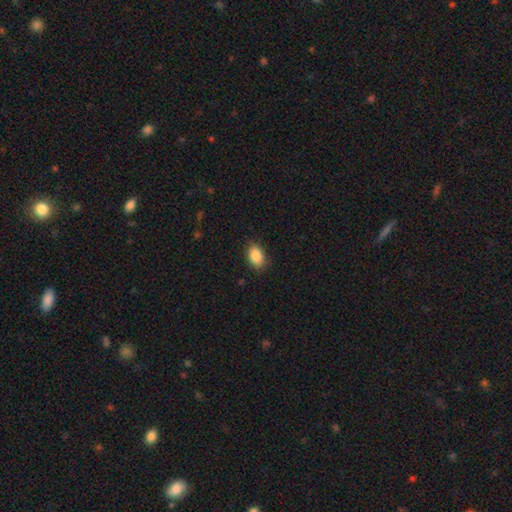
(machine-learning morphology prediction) smooth_or_featured: smooth (p=0.88) [alt: star or artifact p=0.08]
how_rounded: in between (p=0.86) [alt: round p=0.13]
merging: none (p=0.84) [alt: minor disturbance p=0.12]